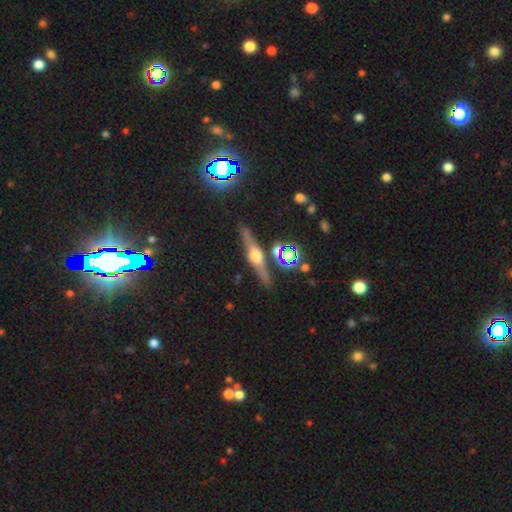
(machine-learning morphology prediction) smooth-or-featured: featured or disk: 71% | smooth: 18% | star or artifact: 10%
  disk-edge-on: yes: 96% | no: 4%
    edge-on-bulge: rounded: 93% | boxy: 5% | none: 2%
  merging: none: 86% | minor disturbance: 8% | merger: 3% | major disturbance: 2%